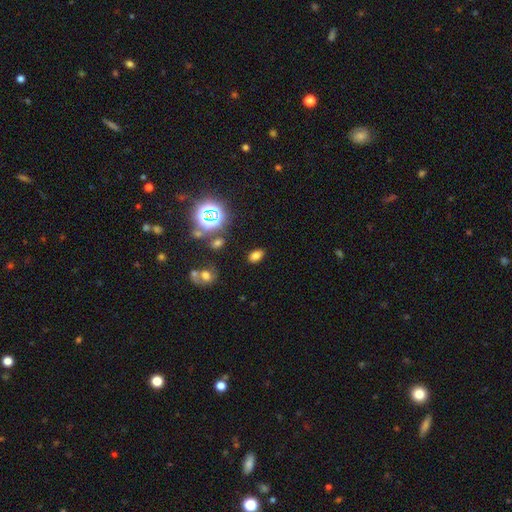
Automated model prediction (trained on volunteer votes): The model was most divided on "smooth or featured": smooth: 69%, star or artifact: 22%, featured or disk: 9%. More confident: how rounded — in between (86%); merging — none (85%).